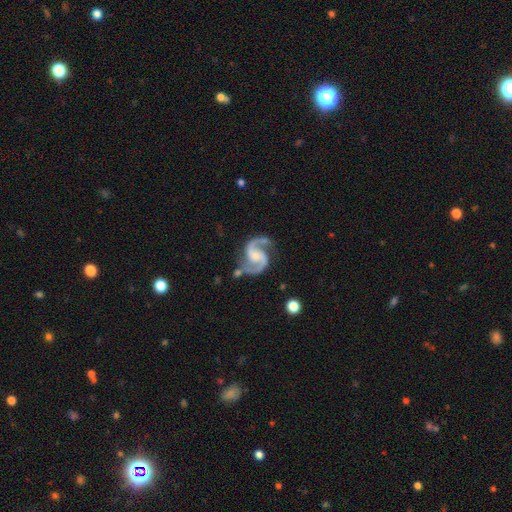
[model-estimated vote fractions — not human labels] A featured or disk galaxy (94%) with no bar (48%), 2 (94%) medium (61%) spiral arms (98%) and a small central bulge (36%).

Vote fractions:
- Smooth or featured? featured or disk: 94% / star or artifact: 4% / smooth: 3%
- Edge-on disk? no: 99% / yes: 1%
- Bar? no: 48% / weak: 39% / strong: 13%
- Spiral arms? yes: 98% / no: 2%
- Spiral winding? medium: 61% / loose: 26% / tight: 12%
- Spiral arm count? 2: 94% / 1: 1% / 3: 1% / can't tell: 1% / 4: 1% / more than 4: 1%
- Bulge size? small: 36% / moderate: 30% / none: 27% / large: 6% / dominant: 1%
- Merging? none: 71% / minor disturbance: 16% / major disturbance: 7% / merger: 6%